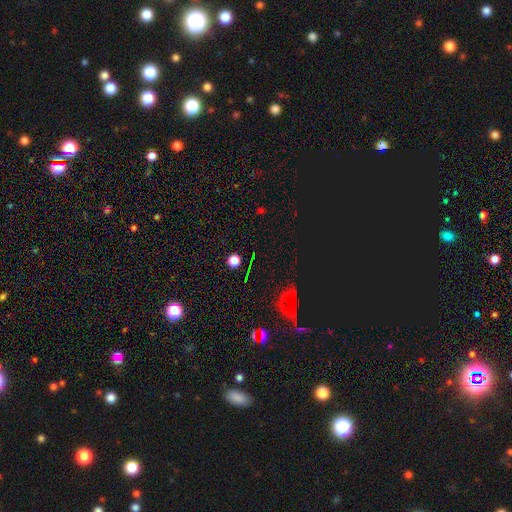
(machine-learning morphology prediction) This is likely a star or artifact rather than a galaxy (66%).